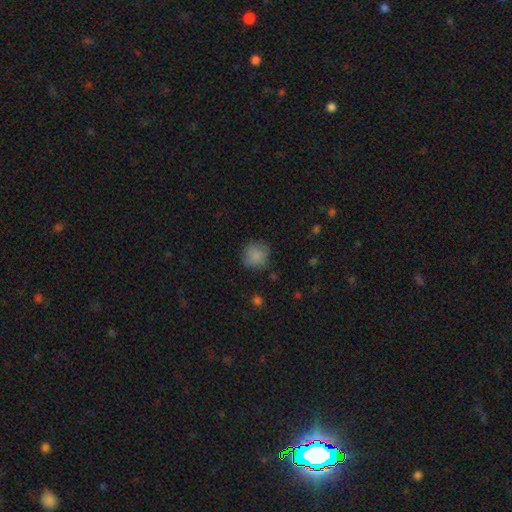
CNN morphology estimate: Smooth or featured?
  - smooth: 84% *
  - star or artifact: 10%
  - featured or disk: 6%
How rounded?
  - round: 87% *
  - in between: 13%
  - cigar-shaped: 1%
Merging?
  - none: 78% *
  - minor disturbance: 16%
  - major disturbance: 4%
  - merger: 1%